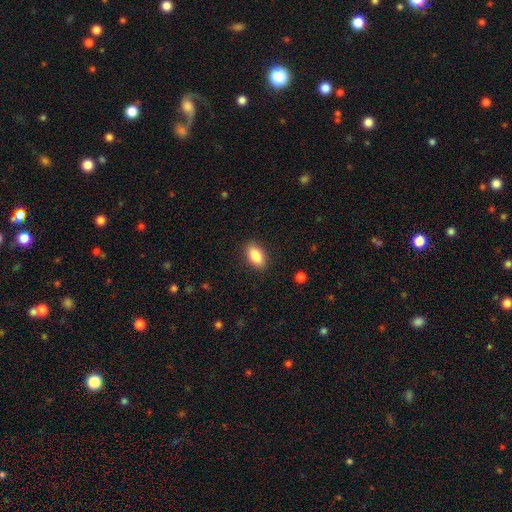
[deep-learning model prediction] Smooth or featured: smooth — 88% (star or artifact — 7%)
How rounded: in between — 92% (round — 5%)
Merging: none — 88% (minor disturbance — 8%)